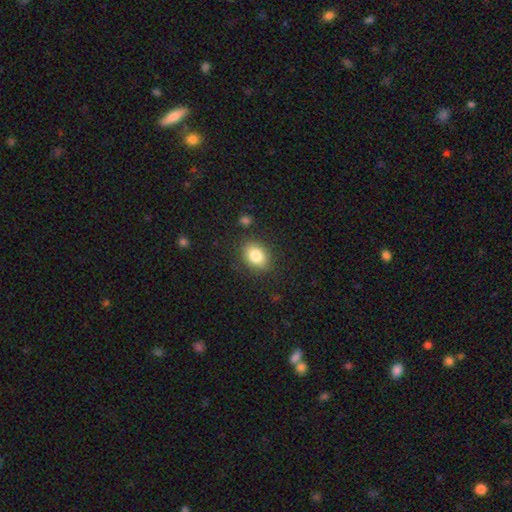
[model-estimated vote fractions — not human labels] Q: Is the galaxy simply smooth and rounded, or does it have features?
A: smooth — 82%.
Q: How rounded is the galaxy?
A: in between — 73%.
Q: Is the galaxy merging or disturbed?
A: none — 85%.